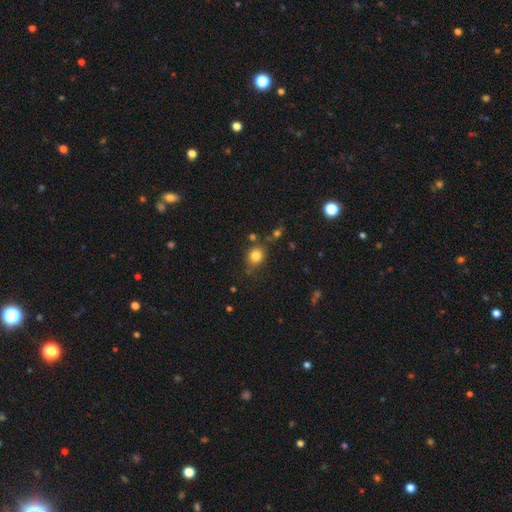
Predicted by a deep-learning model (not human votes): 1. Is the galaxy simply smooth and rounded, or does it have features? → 82% smooth, 11% star or artifact, 6% featured or disk.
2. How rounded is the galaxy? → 70% round, 29% in between, 1% cigar-shaped.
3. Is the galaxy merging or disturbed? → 73% none, 15% minor disturbance, 7% merger, 5% major disturbance.